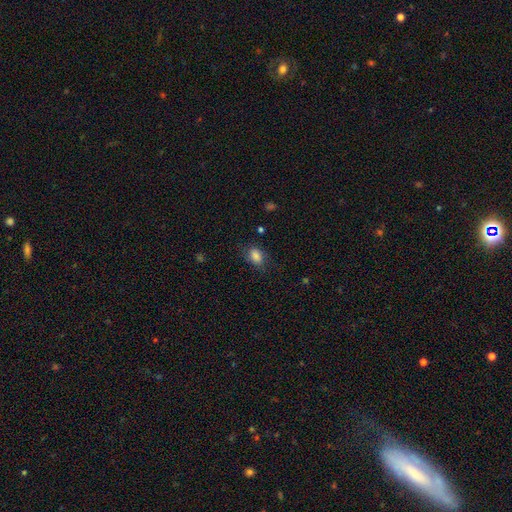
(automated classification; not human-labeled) Q: Smooth or featured?
A: smooth (84%); runner-up: star or artifact (9%)
Q: How rounded?
A: in between (79%); runner-up: round (19%)
Q: Merging?
A: none (72%); runner-up: minor disturbance (20%)